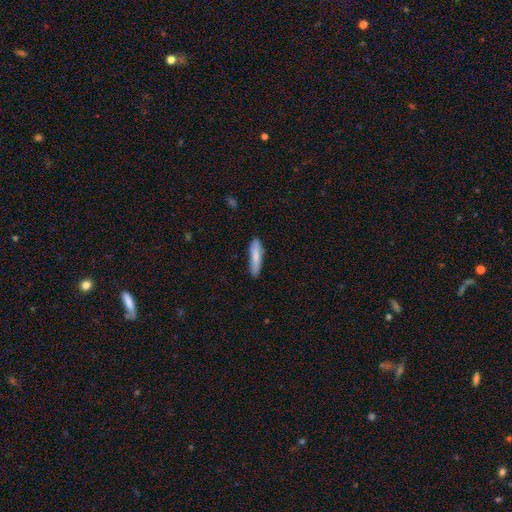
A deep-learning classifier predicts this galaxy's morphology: Overall: smooth (82%). How rounded: cigar-shaped (79%). Merging: none (78%).